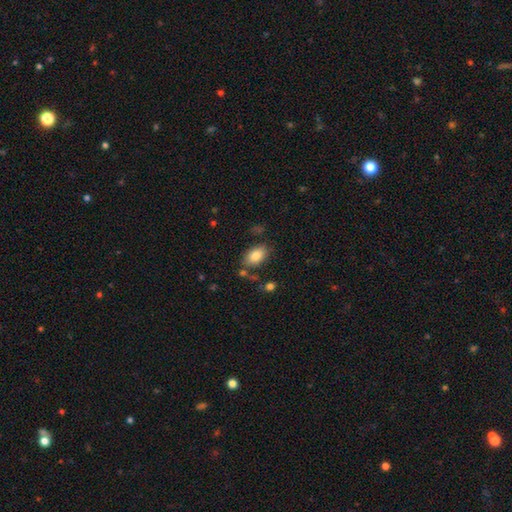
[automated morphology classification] Smooth or featured? smooth (83%)
How rounded? in between (90%)
Merging? none (74%)